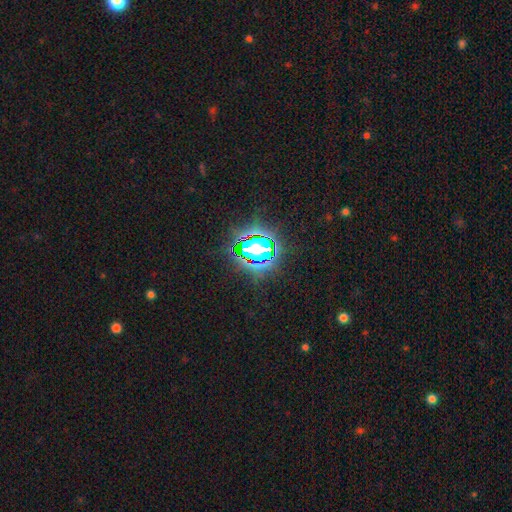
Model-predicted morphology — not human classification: smooth-or-featured: star or artifact: 79% | smooth: 12% | featured or disk: 9%